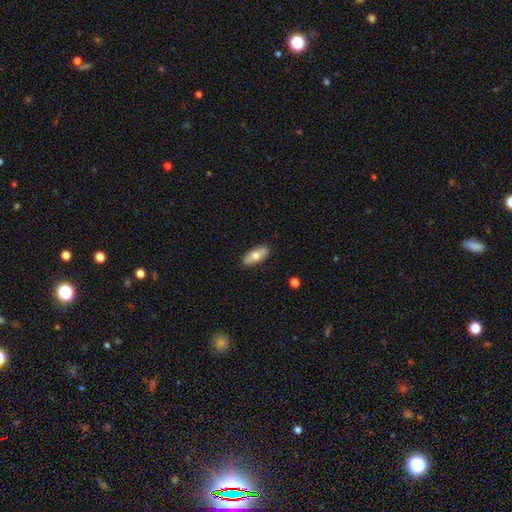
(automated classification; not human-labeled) Smooth or featured? smooth (69%)
How rounded? in between (81%)
Merging? none (88%)